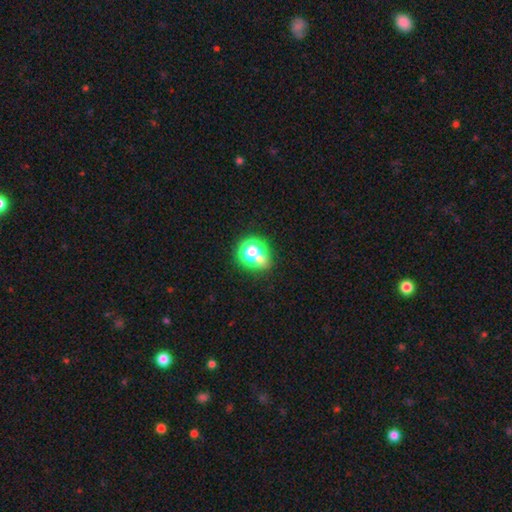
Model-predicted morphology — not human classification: The model was most divided on "how rounded": round: 56%, in between: 41%, cigar-shaped: 3%. More confident: smooth or featured — smooth (61%); merging — none (60%).